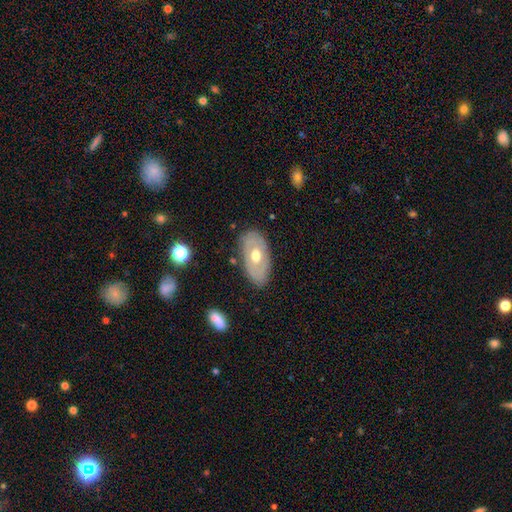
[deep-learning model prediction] A featured or disk galaxy (55%). Merging: none (81%).